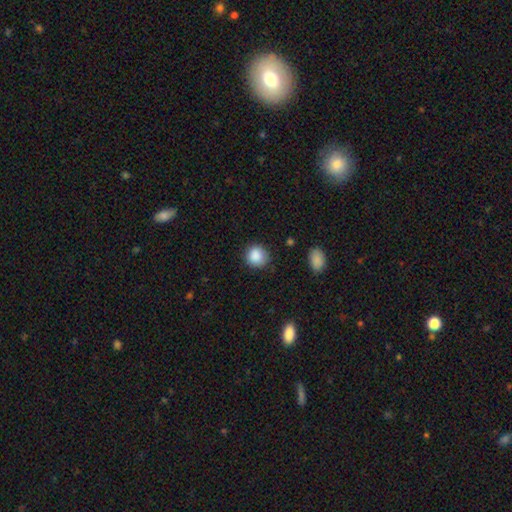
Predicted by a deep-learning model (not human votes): Smooth or featured: smooth — 88% (star or artifact — 9%)
How rounded: round — 87% (in between — 12%)
Merging: none — 82% (minor disturbance — 14%)